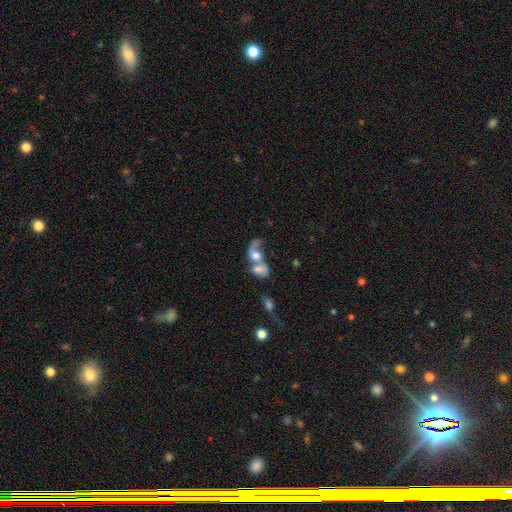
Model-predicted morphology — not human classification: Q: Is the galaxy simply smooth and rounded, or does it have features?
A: featured or disk — 45%, tied with smooth.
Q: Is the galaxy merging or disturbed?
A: merger — 79%.